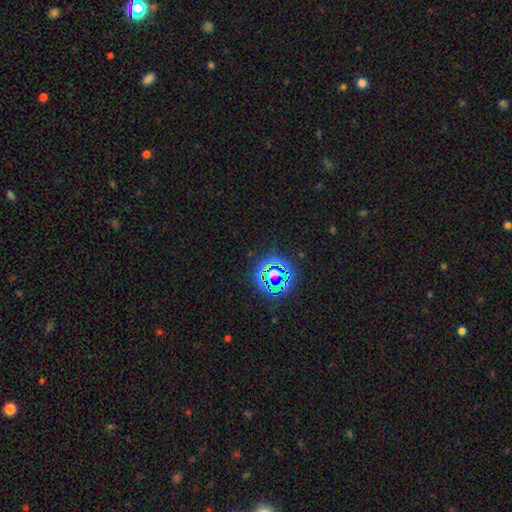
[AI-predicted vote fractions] Smooth or featured? star or artifact (79%)